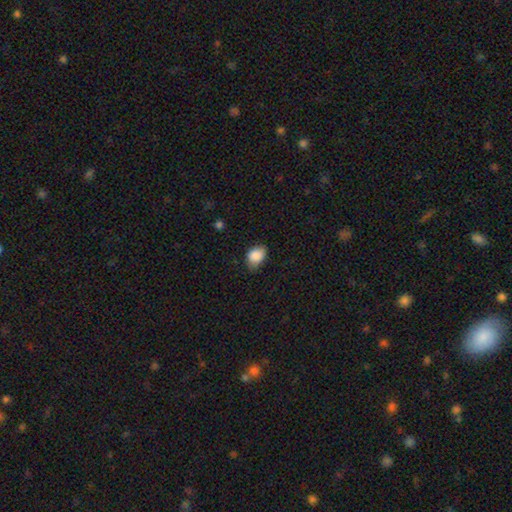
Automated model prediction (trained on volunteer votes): Smooth or featured: smooth — 88% (star or artifact — 8%)
How rounded: in between — 75% (round — 24%)
Merging: none — 65% (minor disturbance — 29%)